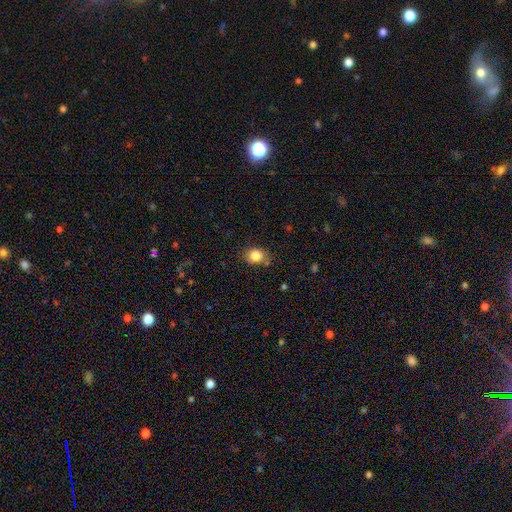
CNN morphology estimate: Smooth or featured: smooth — 84% (star or artifact — 10%)
How rounded: round — 60% (in between — 39%)
Merging: none — 77% (minor disturbance — 16%)